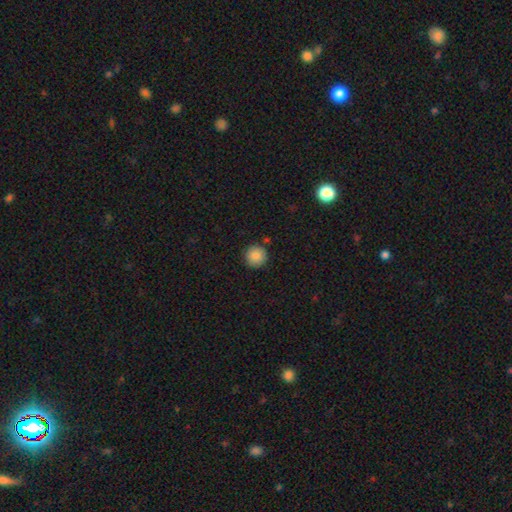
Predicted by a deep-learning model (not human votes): A smooth galaxy with no disk features (85%) that is round (95%). Merging: none (88%).